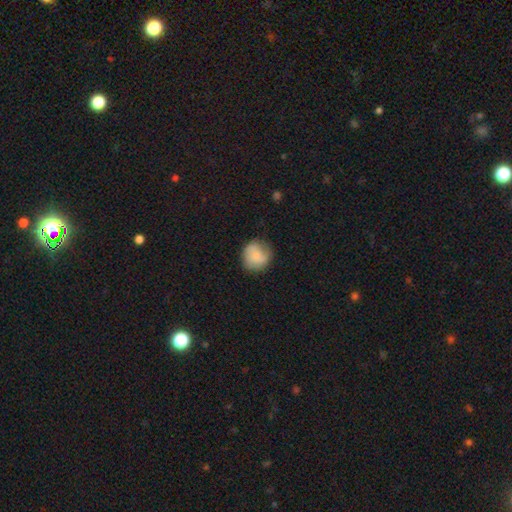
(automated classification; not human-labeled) A smooth galaxy with no disk features (64%) that is round (87%).

Vote fractions:
- Smooth or featured? smooth: 64% / featured or disk: 28% / star or artifact: 8%
- How rounded? round: 87% / in between: 12% / cigar-shaped: 1%
- Merging? none: 74% / minor disturbance: 19% / major disturbance: 6% / merger: 1%